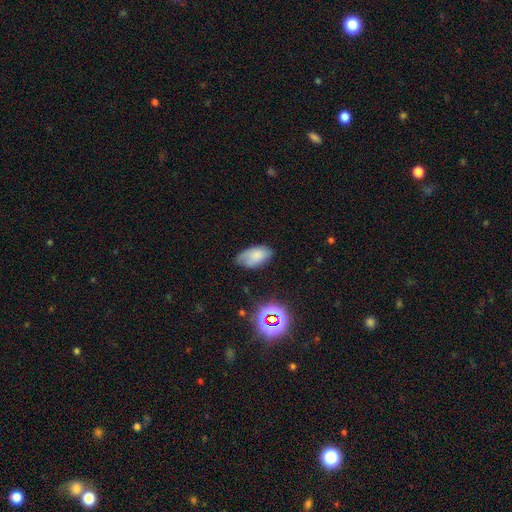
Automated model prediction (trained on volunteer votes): Smooth or featured?
  - smooth: 74% *
  - featured or disk: 15%
  - star or artifact: 12%
How rounded?
  - in between: 93% *
  - round: 5%
  - cigar-shaped: 2%
Merging?
  - none: 63% *
  - minor disturbance: 28%
  - major disturbance: 7%
  - merger: 2%